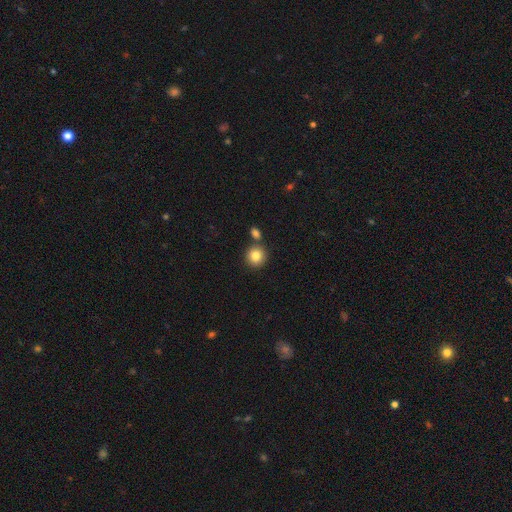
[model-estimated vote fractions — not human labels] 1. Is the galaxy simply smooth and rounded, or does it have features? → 84% smooth, 9% star or artifact, 7% featured or disk.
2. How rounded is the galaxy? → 90% round, 9% in between, 1% cigar-shaped.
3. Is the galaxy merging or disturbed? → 74% none, 16% merger, 8% minor disturbance, 2% major disturbance.